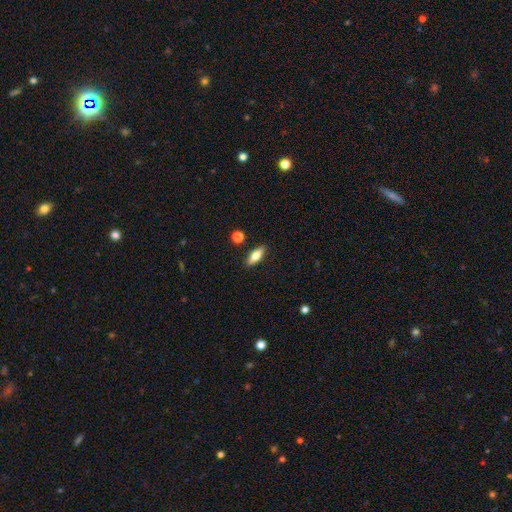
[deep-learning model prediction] The model was most divided on "how rounded": in between: 65%, cigar-shaped: 32%, round: 3%. More confident: merging — none (87%); smooth or featured — smooth (65%).